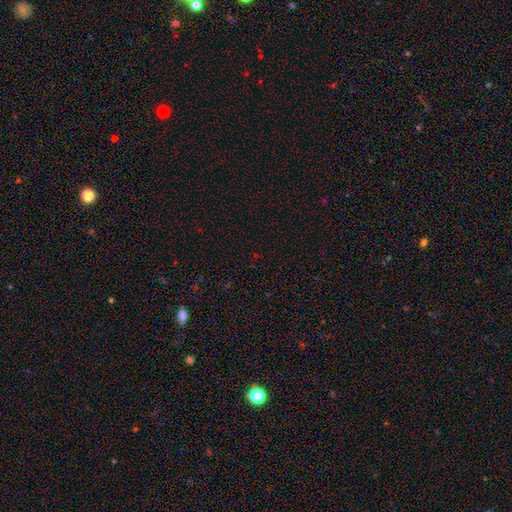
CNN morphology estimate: smooth_or_featured: star or artifact (p=0.67) [alt: smooth p=0.26]